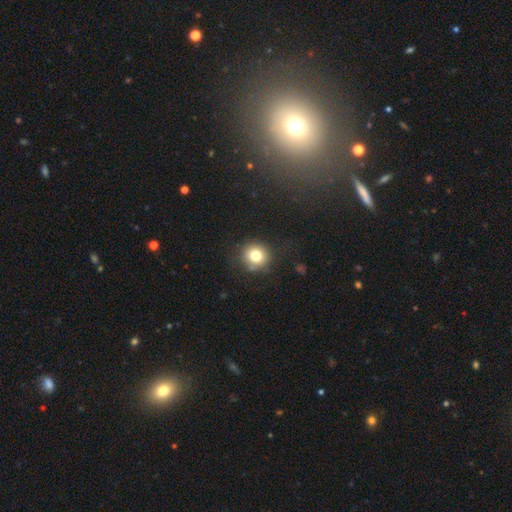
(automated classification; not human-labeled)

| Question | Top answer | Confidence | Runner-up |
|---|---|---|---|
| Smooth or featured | smooth | 78% | star or artifact (12%) |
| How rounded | round | 91% | in between (8%) |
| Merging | none | 83% | minor disturbance (11%) |